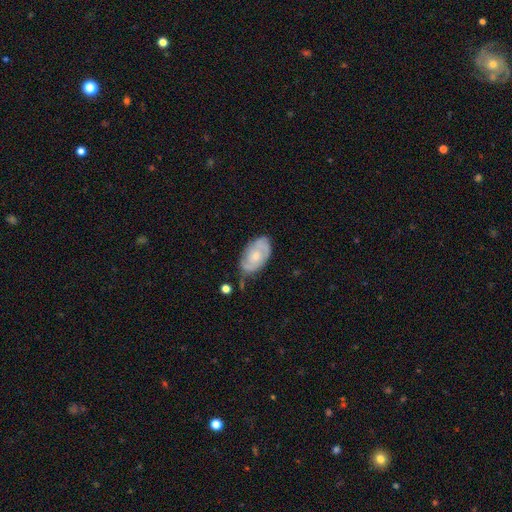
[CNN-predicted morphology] This appears to be a featured or disk galaxy (63%) with no bar (75%), spiral arms (82%) and a small central bulge (47%, tied with moderate). Merging: none (59%).